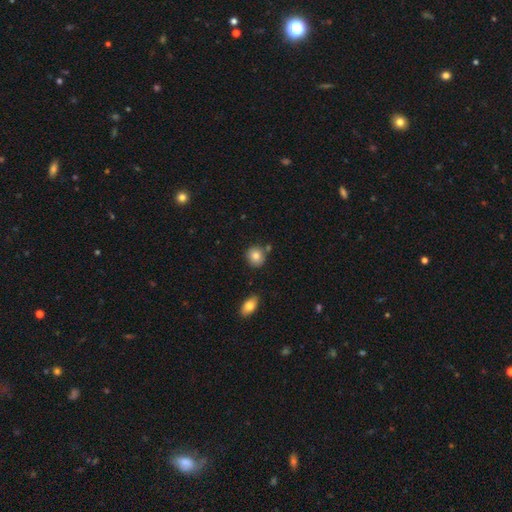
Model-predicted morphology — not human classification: A smooth galaxy with no disk features (83%) that is round (83%). Merging: none (79%).